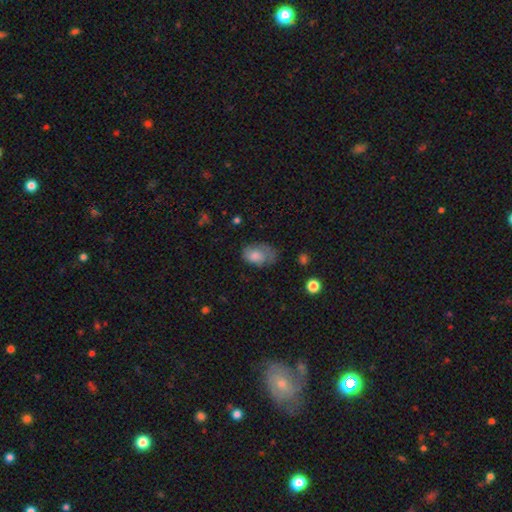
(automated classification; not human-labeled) Overall: smooth (75%). How rounded: in between (86%). Merging: none (42%; minor disturbance 35%).